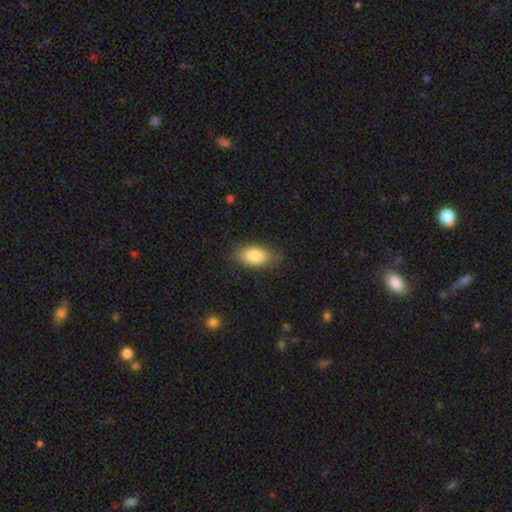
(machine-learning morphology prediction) smooth_or_featured: smooth (p=0.84) [alt: featured or disk p=0.09]
how_rounded: in between (p=0.90) [alt: cigar-shaped p=0.06]
merging: none (p=0.81) [alt: minor disturbance p=0.14]